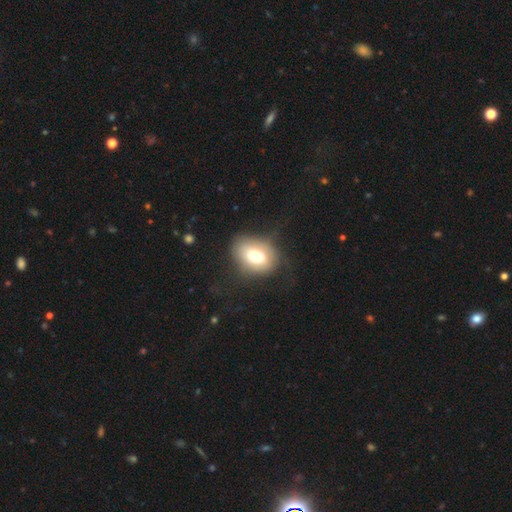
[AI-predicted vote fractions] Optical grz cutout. It shows a smooth galaxy with no disk features (73%) that is in between round and cigar-shaped (65%). Merging: none (67%).